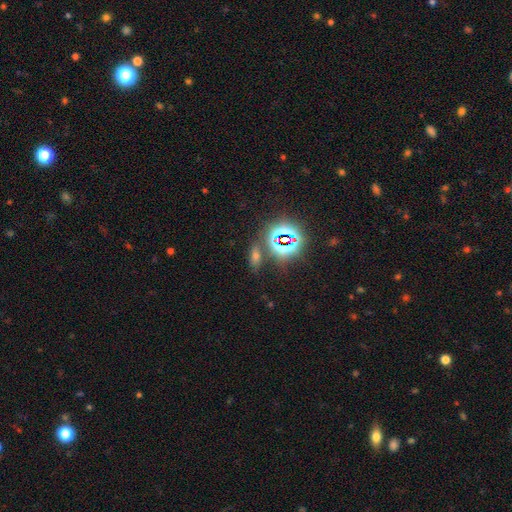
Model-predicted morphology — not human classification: star or artifact 48%, smooth 40%, featured or disk 12%.